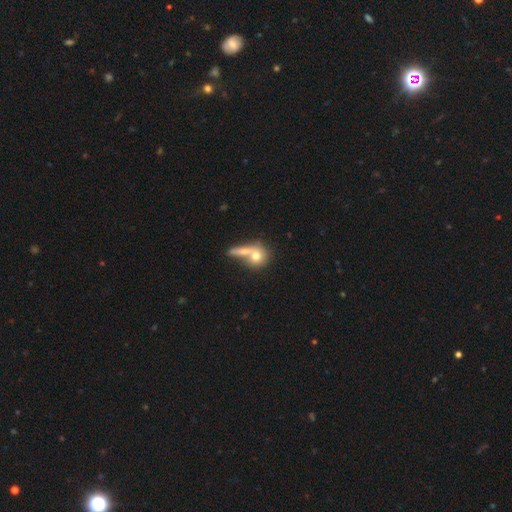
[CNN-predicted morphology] type=smooth (70%); roundness=round (74%); merging=merger (49%).